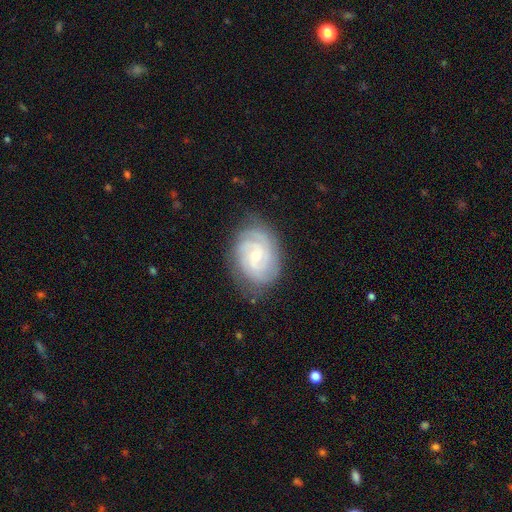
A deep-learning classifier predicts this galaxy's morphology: Smooth or featured? featured or disk (82%)
Edge-on disk? no (97%)
Bar? no (53%)
Spiral arms? yes (97%)
Spiral winding? tight (70%)
Spiral arm count? 2 (28%)
Bulge size? small (64%)
Merging? none (79%)